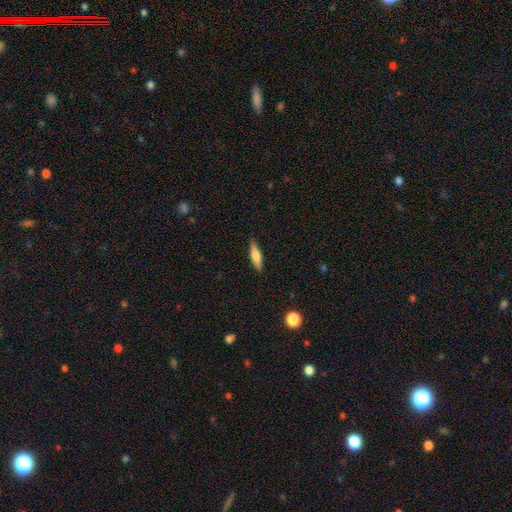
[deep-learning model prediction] This appears to be a smooth galaxy with no disk features (62%) that is cigar-shaped (70%). Merging: none (89%).